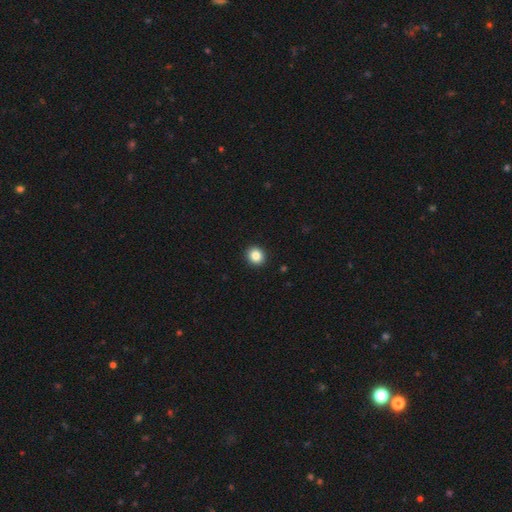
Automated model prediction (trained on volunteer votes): Q: Smooth or featured?
A: smooth (85%); runner-up: star or artifact (10%)
Q: How rounded?
A: round (82%); runner-up: in between (17%)
Q: Merging?
A: none (93%); runner-up: minor disturbance (5%)